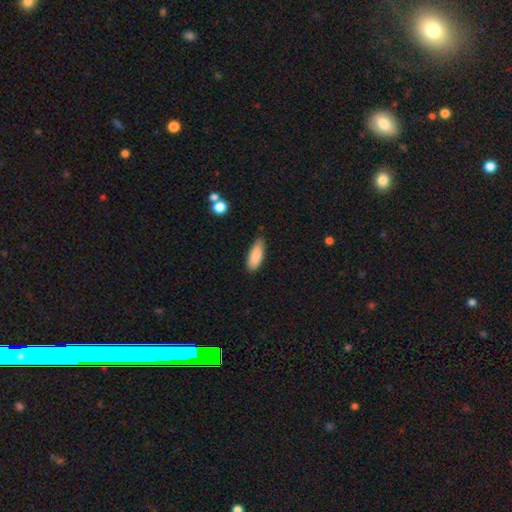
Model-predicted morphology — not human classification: Overall: smooth (88%). How rounded: in between (66%; cigar-shaped 32%). Merging: none (83%).